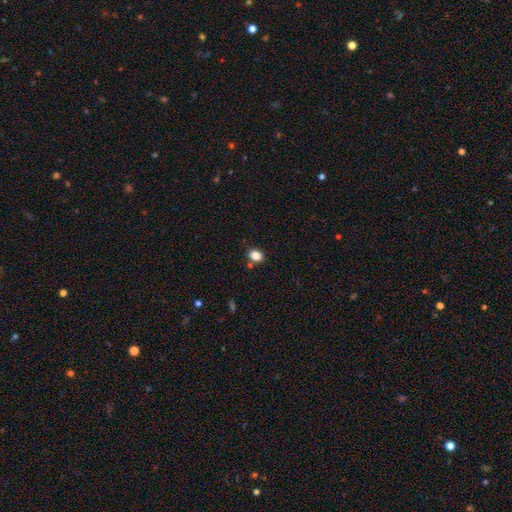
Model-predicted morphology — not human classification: This is clearly a smooth galaxy (85%). How rounded: likely in between (63%). Merging: likely none (77%).